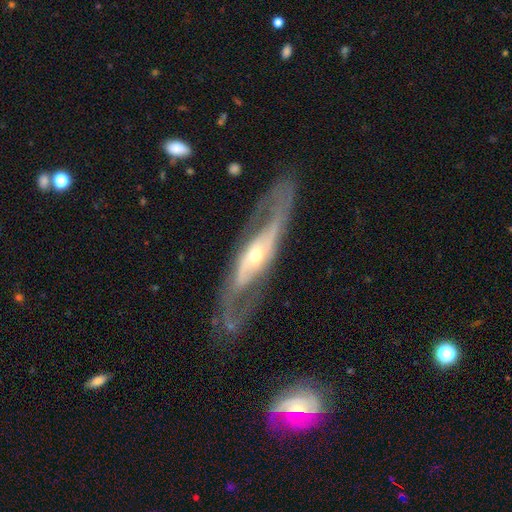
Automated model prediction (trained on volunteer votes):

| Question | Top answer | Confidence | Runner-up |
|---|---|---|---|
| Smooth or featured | featured or disk | 83% | smooth (12%) |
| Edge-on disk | no | 74% | yes (26%) |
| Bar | no | 60% | weak (24%) |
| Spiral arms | yes | 76% | no (24%) |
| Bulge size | moderate | 53% | small (40%) |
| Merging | none | 73% | minor disturbance (14%) |